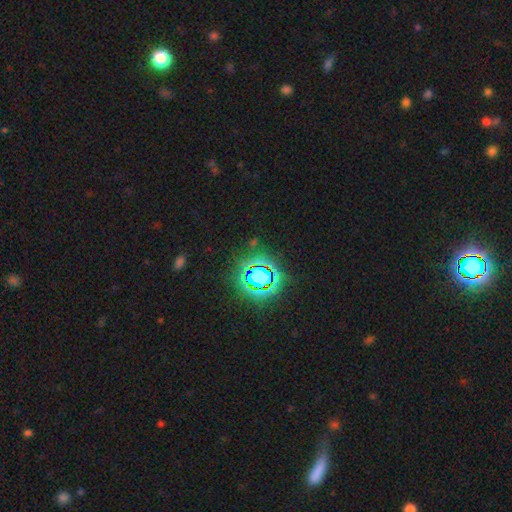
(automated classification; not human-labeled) smooth_or_featured: star or artifact (p=0.81) [alt: smooth p=0.12]